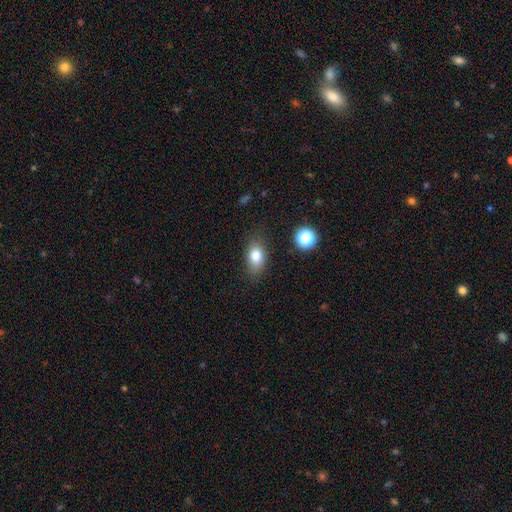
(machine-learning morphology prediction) smooth-or-featured: smooth: 81% | featured or disk: 10% | star or artifact: 10%
  how-rounded: in between: 83% | round: 14% | cigar-shaped: 3%
  merging: none: 78% | minor disturbance: 16% | major disturbance: 5% | merger: 2%